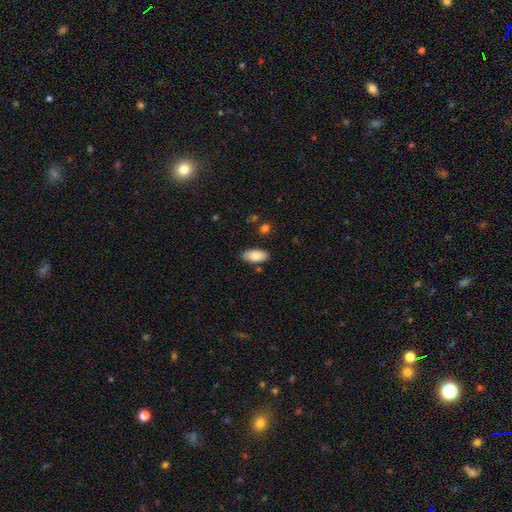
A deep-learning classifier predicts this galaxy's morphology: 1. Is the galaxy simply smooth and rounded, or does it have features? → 83% smooth, 10% featured or disk, 7% star or artifact.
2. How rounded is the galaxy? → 92% in between, 6% cigar-shaped, 2% round.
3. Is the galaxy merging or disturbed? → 84% none, 11% minor disturbance, 3% merger, 2% major disturbance.